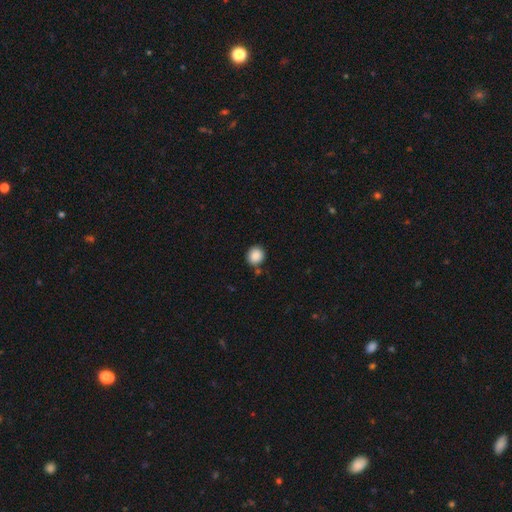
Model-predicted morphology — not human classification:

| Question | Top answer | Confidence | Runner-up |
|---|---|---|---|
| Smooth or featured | smooth | 88% | star or artifact (9%) |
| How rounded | round | 85% | in between (14%) |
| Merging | none | 82% | minor disturbance (10%) |